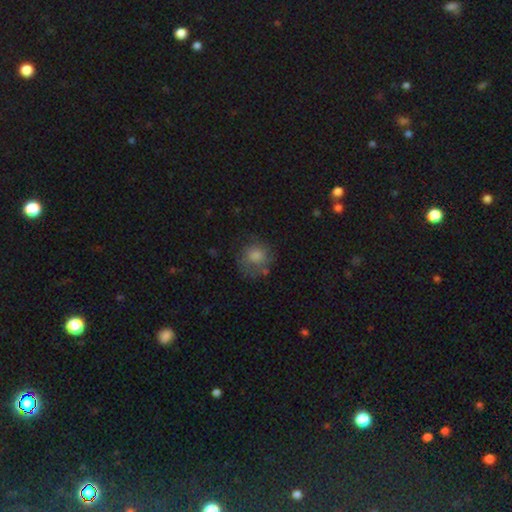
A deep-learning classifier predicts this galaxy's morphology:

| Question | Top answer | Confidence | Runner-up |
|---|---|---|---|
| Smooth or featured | smooth | 72% | featured or disk (19%) |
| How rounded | round | 81% | in between (18%) |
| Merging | none | 57% | minor disturbance (24%) |